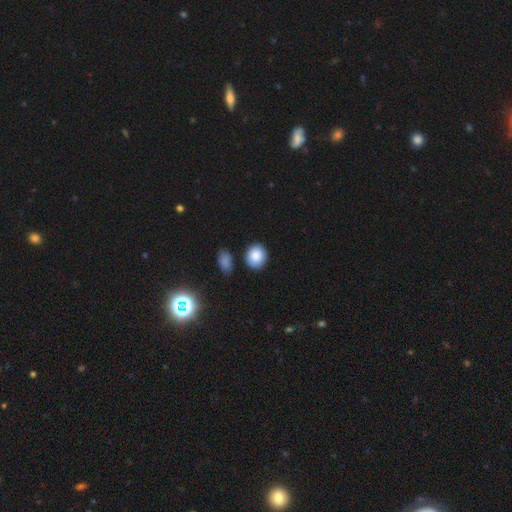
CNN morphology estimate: The model was most divided on "how rounded": round: 62%, in between: 37%, cigar-shaped: 1%. More confident: smooth or featured — smooth (86%); merging — none (82%).